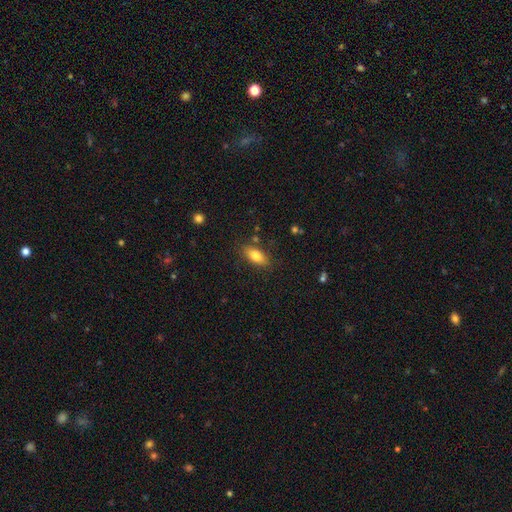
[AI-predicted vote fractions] This appears to be a smooth galaxy with no disk features (80%) that is in between round and cigar-shaped (85%). Merging: none (82%).